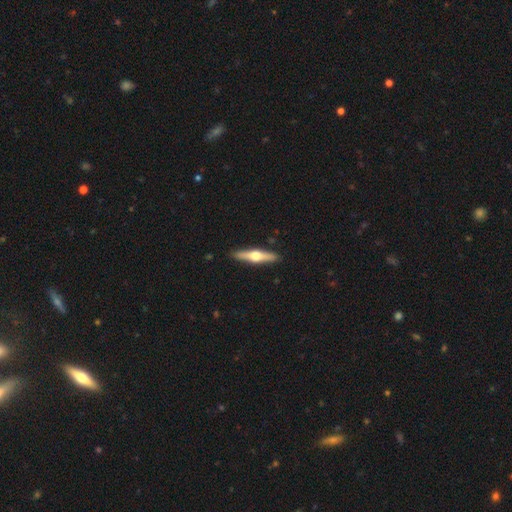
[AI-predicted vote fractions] This is likely a featured or disk galaxy (69%). It is clearly viewed edge-on (97%). Edge-on bulge: clearly rounded (95%). Merging: clearly none (92%).